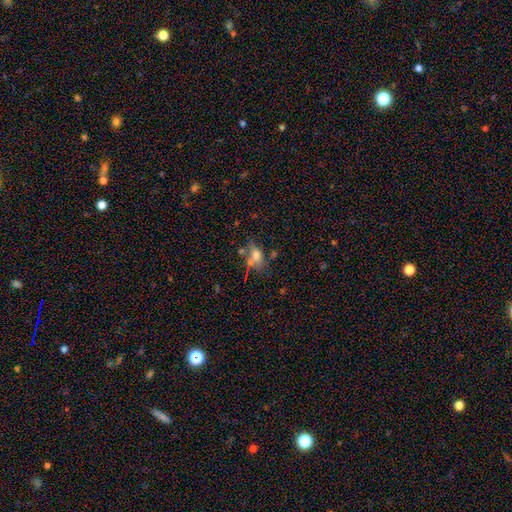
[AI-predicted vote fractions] This is possibly a smooth galaxy (60%). How rounded: likely in between (73%). Merging: marginally none (42%).